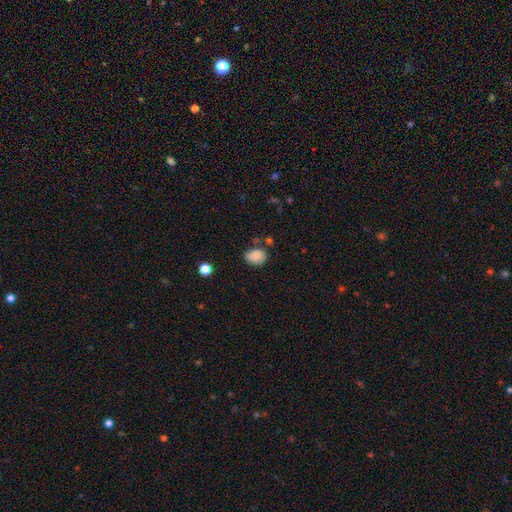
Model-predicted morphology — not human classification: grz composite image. It shows a smooth galaxy with no disk features (81%) that is in between round and cigar-shaped (60%). Merging: none (60%).